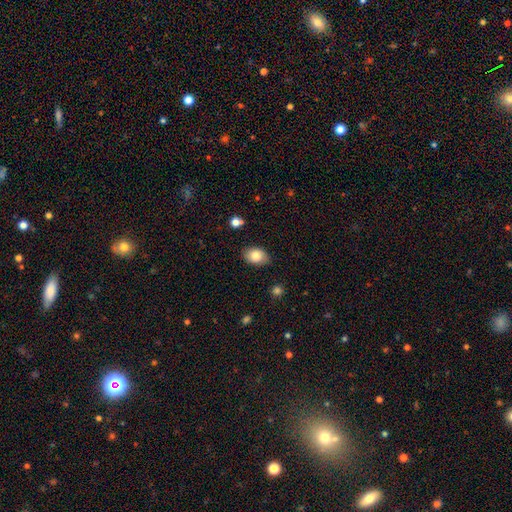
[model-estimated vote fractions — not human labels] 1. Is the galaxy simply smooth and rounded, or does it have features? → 83% smooth, 9% featured or disk, 8% star or artifact.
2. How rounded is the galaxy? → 82% in between, 17% round, 1% cigar-shaped.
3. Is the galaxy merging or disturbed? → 82% none, 14% minor disturbance, 3% major disturbance, 2% merger.